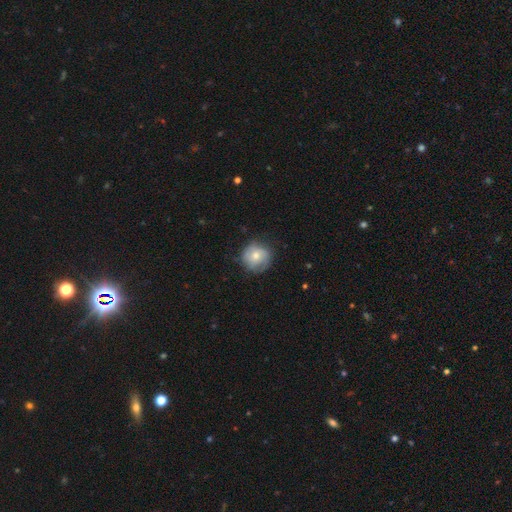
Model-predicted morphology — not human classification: Smooth or featured: smooth — 63% (featured or disk — 30%)
How rounded: round — 89% (in between — 10%)
Merging: none — 70% (minor disturbance — 22%)